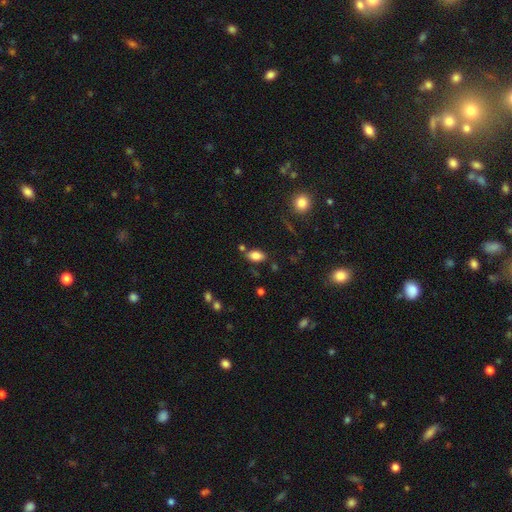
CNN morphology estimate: Smooth or featured? Predicted: smooth (p=0.83). How rounded? Predicted: in between (p=0.92). Merging? Predicted: none (p=0.77).